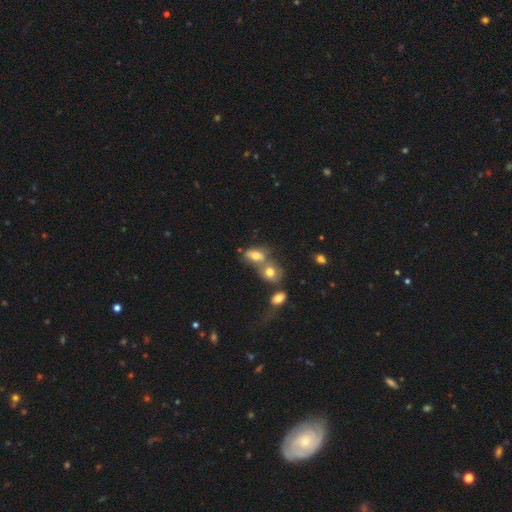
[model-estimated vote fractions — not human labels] This appears to be a smooth galaxy with no disk features (72%) that is in between round and cigar-shaped (81%). Merging: merger (53%).